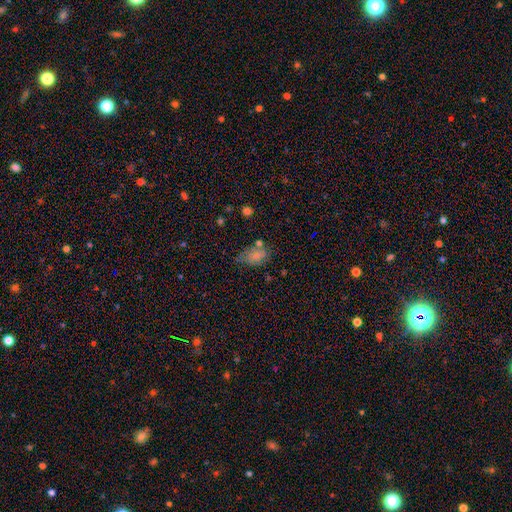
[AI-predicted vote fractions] Smooth or featured?
  - smooth: 76% *
  - star or artifact: 12%
  - featured or disk: 12%
How rounded?
  - in between: 87% *
  - round: 11%
  - cigar-shaped: 2%
Merging?
  - none: 51% *
  - minor disturbance: 31%
  - major disturbance: 10%
  - merger: 8%